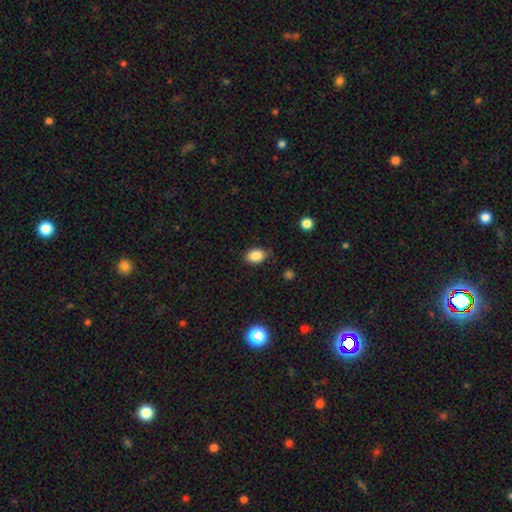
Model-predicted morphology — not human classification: A smooth galaxy with no disk features (86%) that is in between round and cigar-shaped (77%).

Vote fractions:
- Smooth or featured? smooth: 86% / star or artifact: 9% / featured or disk: 5%
- How rounded? in between: 77% / round: 22% / cigar-shaped: 1%
- Merging? none: 79% / minor disturbance: 17% / major disturbance: 3% / merger: 1%